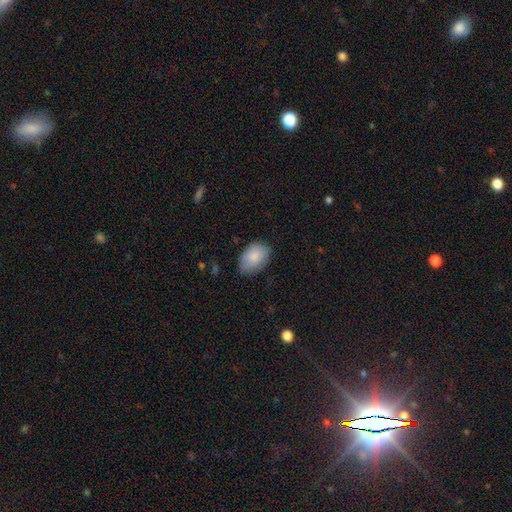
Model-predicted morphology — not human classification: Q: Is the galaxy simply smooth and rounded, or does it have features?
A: smooth — 85%.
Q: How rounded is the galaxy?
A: in between — 88%.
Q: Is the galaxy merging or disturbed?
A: none — 73%.